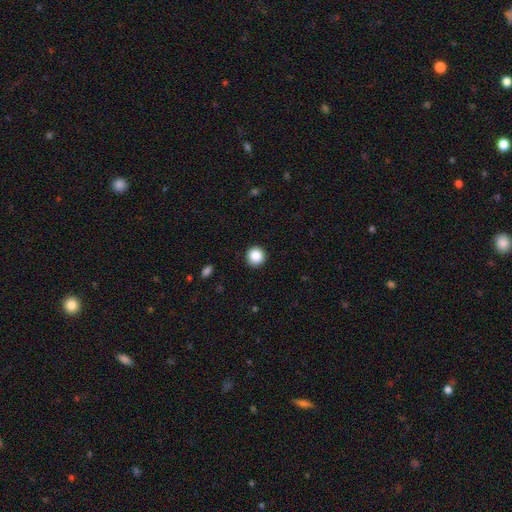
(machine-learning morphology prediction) smooth-or-featured: smooth: 87% | star or artifact: 9% | featured or disk: 3%
  how-rounded: round: 95% | in between: 4% | cigar-shaped: 1%
  merging: none: 92% | minor disturbance: 5% | major disturbance: 2% | merger: 1%